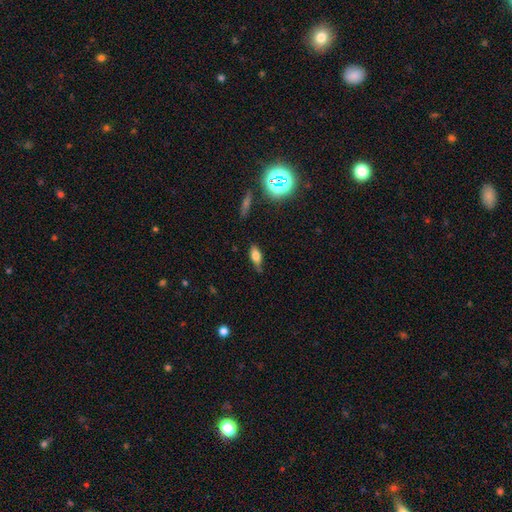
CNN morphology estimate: A smooth galaxy with no disk features (71%) that is in between round and cigar-shaped (80%).

Vote fractions:
- Smooth or featured? smooth: 71% / featured or disk: 18% / star or artifact: 11%
- How rounded? in between: 80% / cigar-shaped: 16% / round: 4%
- Merging? none: 68% / minor disturbance: 24% / major disturbance: 5% / merger: 2%